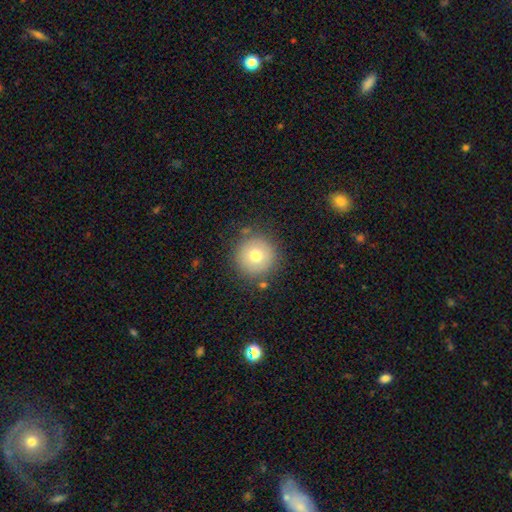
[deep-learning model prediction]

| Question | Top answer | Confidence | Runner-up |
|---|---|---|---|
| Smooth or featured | smooth | 74% | featured or disk (15%) |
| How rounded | round | 96% | in between (3%) |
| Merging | none | 85% | minor disturbance (9%) |